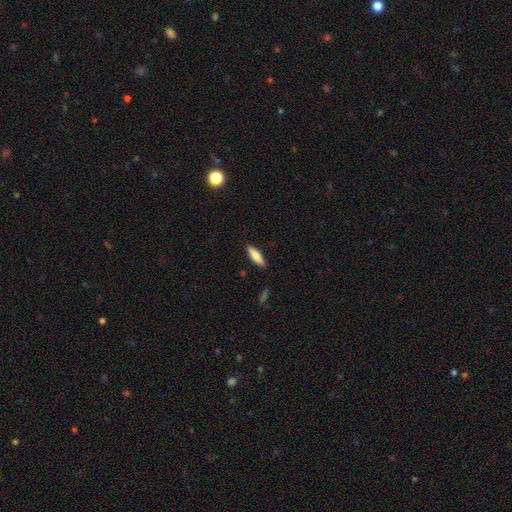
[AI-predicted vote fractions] A smooth galaxy with no disk features (72%) that is cigar-shaped (59%). Merging: none (88%).